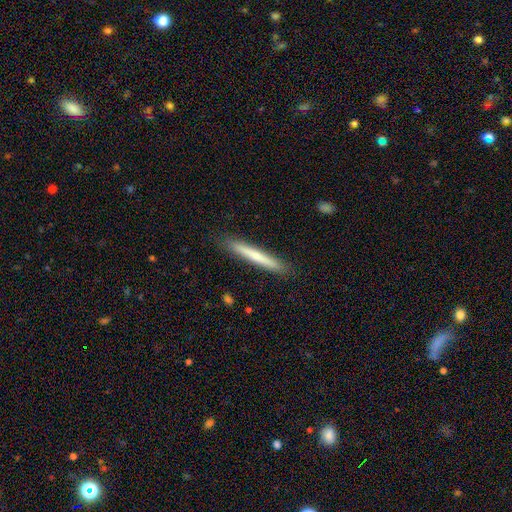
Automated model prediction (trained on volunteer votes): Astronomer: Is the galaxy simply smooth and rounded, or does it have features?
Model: smooth — 60%.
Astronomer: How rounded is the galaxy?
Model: cigar-shaped — 96%.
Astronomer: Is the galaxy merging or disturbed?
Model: none — 90%.